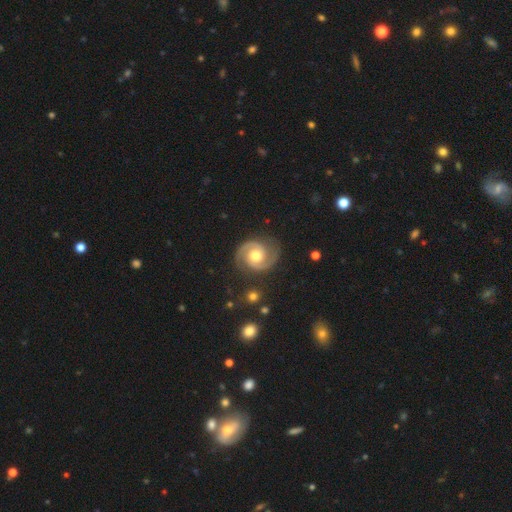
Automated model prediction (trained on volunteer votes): The model was most divided on "spiral winding": medium: 51%, tight: 40%, loose: 9%. More confident: edge-on disk — no (98%); spiral arms — yes (98%); spiral arm count — 2 (94%); smooth or featured — featured or disk (90%); merging — none (85%); bulge size — moderate (71%); bar — no (62%).